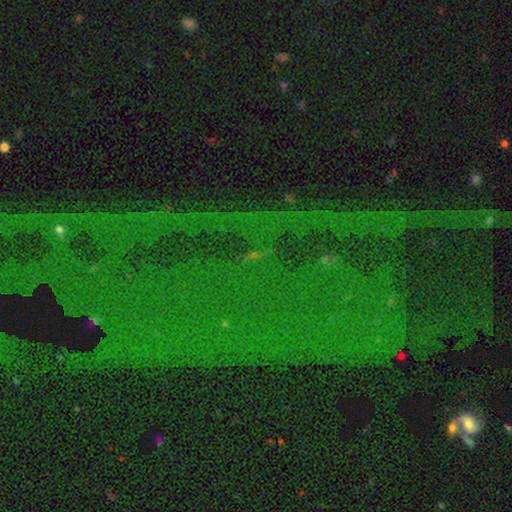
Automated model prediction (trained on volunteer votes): A star or artifact, not a galaxy (82%).